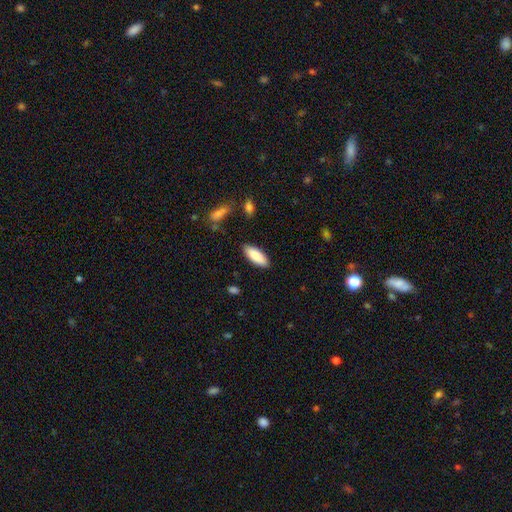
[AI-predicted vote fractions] The model was most divided on "how rounded": in between: 72%, cigar-shaped: 26%, round: 1%. More confident: smooth or featured — smooth (88%); merging — none (87%).